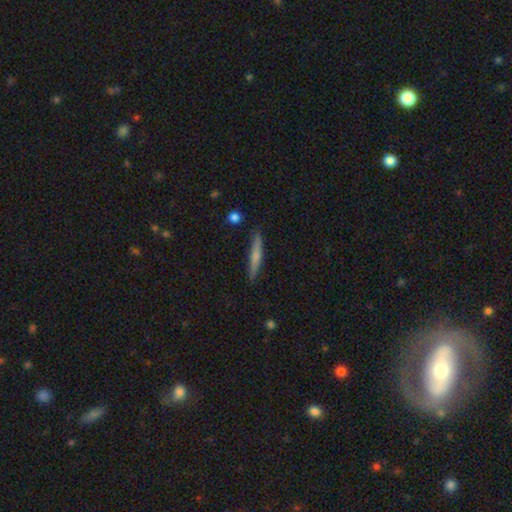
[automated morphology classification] This appears to be a smooth galaxy with no disk features (56%) that is cigar-shaped (93%). Merging: none (88%).